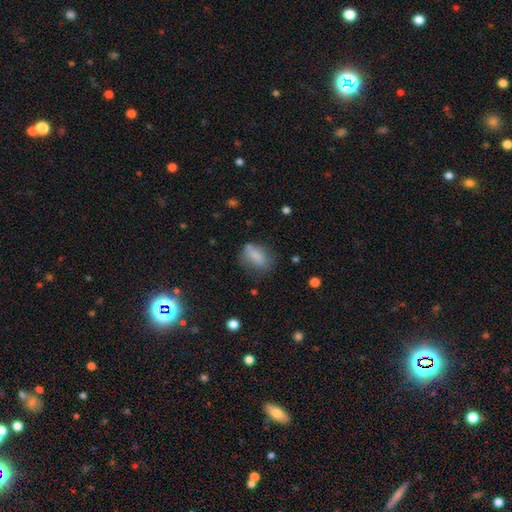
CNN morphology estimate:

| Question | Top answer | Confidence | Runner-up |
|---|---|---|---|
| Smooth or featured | smooth | 78% | featured or disk (13%) |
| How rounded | in between | 80% | round (16%) |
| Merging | none | 55% | minor disturbance (27%) |